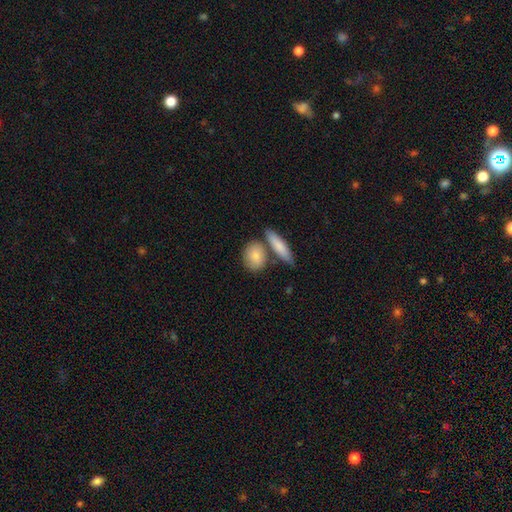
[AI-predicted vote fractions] smooth 83%, featured or disk 12%, star or artifact 5%. Down the decision tree: how rounded — in between (58%); merging — none (61%).